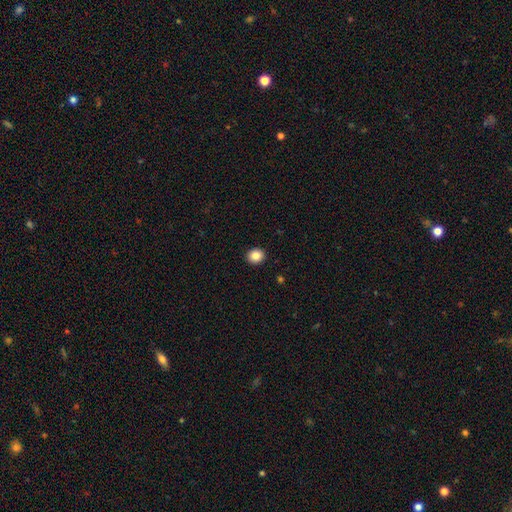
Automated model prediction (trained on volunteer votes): The model was most divided on "how rounded": round: 78%, in between: 21%, cigar-shaped: 1%. More confident: merging — none (93%); smooth or featured — smooth (85%).